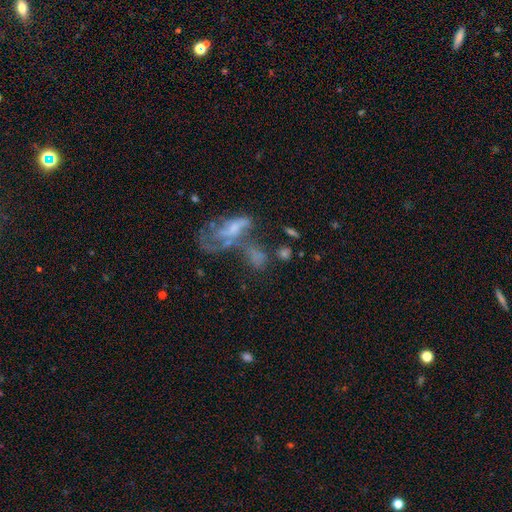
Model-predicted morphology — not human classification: A smooth galaxy with no disk features (45%).

Vote fractions:
- Smooth or featured? smooth: 45% / featured or disk: 38% / star or artifact: 18%
- Merging? merger: 43% / major disturbance: 24% / none: 21% / minor disturbance: 12%